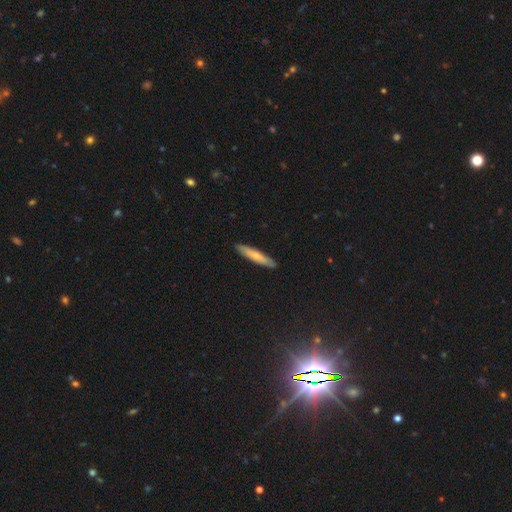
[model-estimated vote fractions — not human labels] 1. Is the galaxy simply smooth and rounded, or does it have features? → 62% smooth, 32% featured or disk, 5% star or artifact.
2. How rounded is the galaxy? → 89% cigar-shaped, 10% in between, 1% round.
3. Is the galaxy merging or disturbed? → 90% none, 8% minor disturbance, 1% major disturbance, 1% merger.